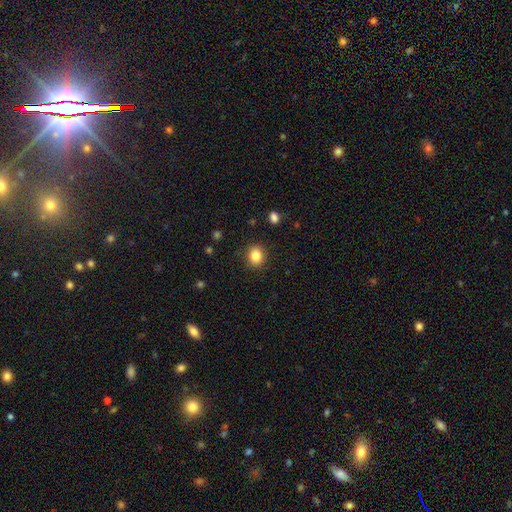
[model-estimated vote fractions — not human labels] smooth_or_featured: smooth (p=0.85) [alt: star or artifact p=0.10]
how_rounded: round (p=0.71) [alt: in between p=0.28]
merging: none (p=0.89) [alt: minor disturbance p=0.07]